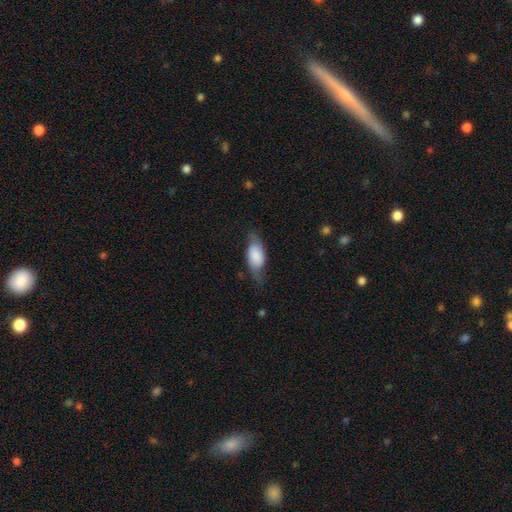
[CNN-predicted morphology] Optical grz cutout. It shows a smooth galaxy with no disk features (64%) that is in between round and cigar-shaped (86%). Merging: none (60%).